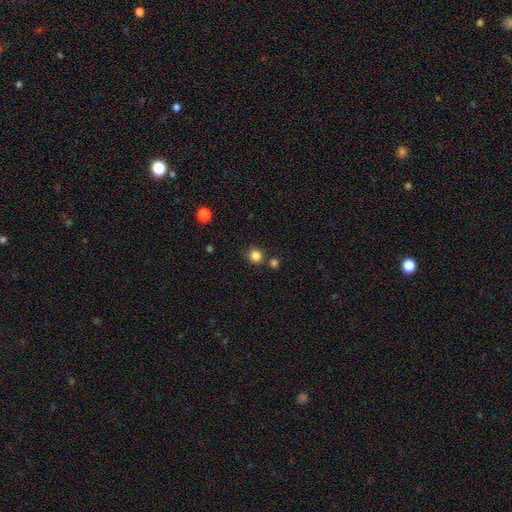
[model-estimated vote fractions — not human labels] Smooth or featured? Predicted: smooth (p=0.83). How rounded? Predicted: round (p=0.90). Merging? Predicted: none (p=0.82).